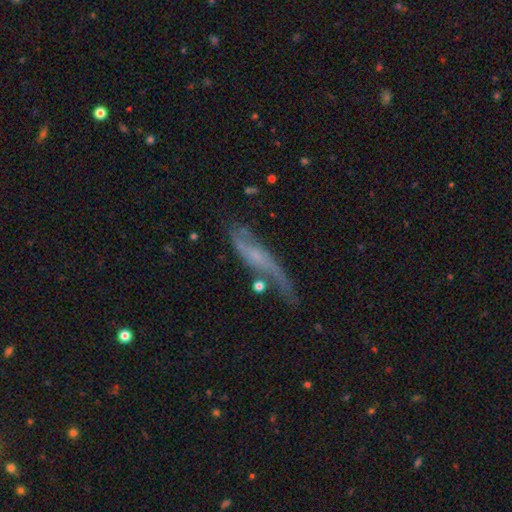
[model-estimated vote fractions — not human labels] Smooth or featured? Predicted: featured or disk (p=0.69). Edge-on disk? Predicted: no (p=0.65). Merging? Predicted: none (p=0.47).